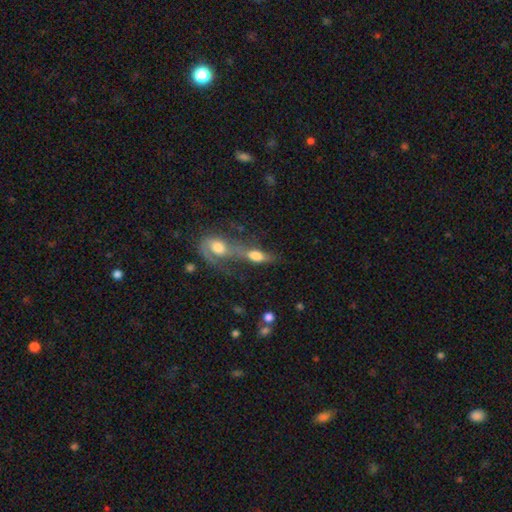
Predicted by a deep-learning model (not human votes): Morphology: type=smooth (53%); roundness=in between (70%); merging=merger (65%).